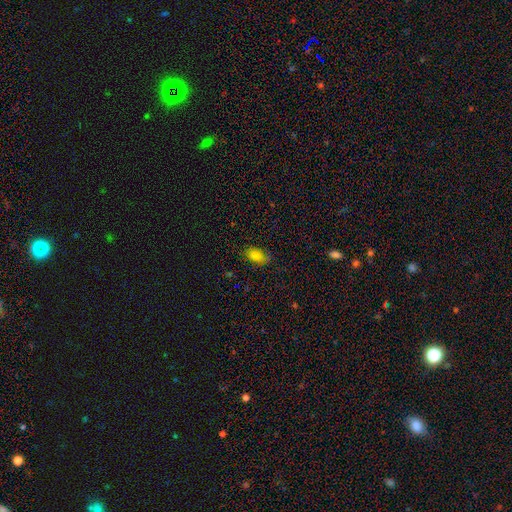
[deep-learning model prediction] A smooth galaxy with no disk features (81%) that is in between round and cigar-shaped (88%).

Vote fractions:
- Smooth or featured? smooth: 81% / star or artifact: 12% / featured or disk: 6%
- How rounded? in between: 88% / round: 10% / cigar-shaped: 2%
- Merging? none: 76% / minor disturbance: 18% / major disturbance: 5% / merger: 2%